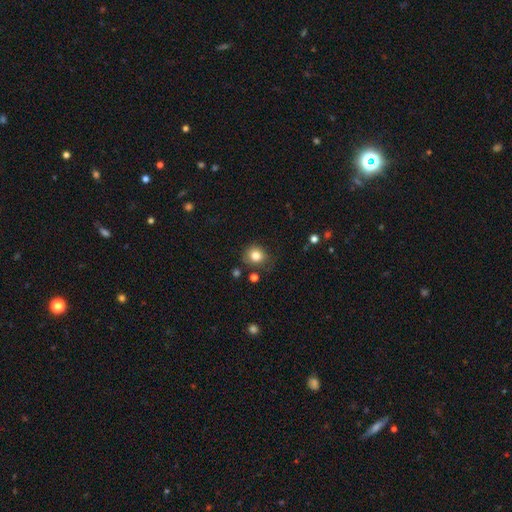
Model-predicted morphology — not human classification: The model was most divided on "merging": none: 76%, minor disturbance: 17%, major disturbance: 4%, merger: 3%. More confident: smooth or featured — smooth (82%); how rounded — round (80%).